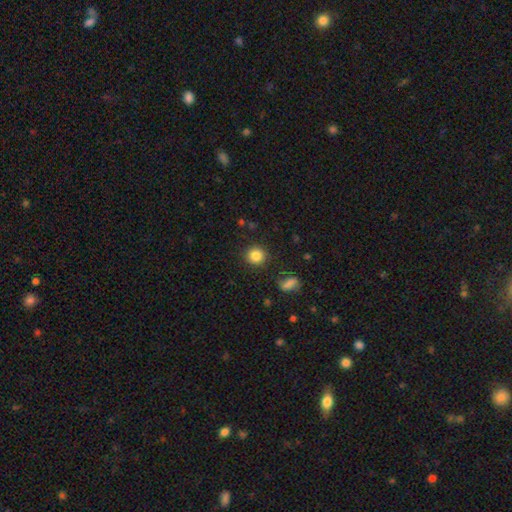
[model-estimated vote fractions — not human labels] This is clearly a smooth galaxy (84%). How rounded: clearly round (91%). Merging: clearly none (89%).